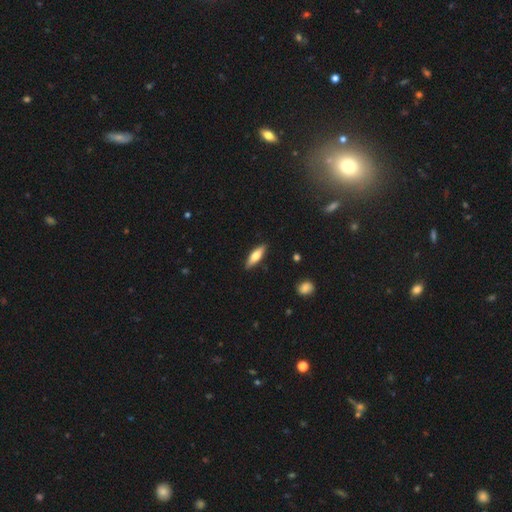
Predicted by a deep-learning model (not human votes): Smooth or featured: smooth — 63% (featured or disk — 31%)
How rounded: cigar-shaped — 54% (in between — 44%)
Merging: none — 89% (minor disturbance — 8%)